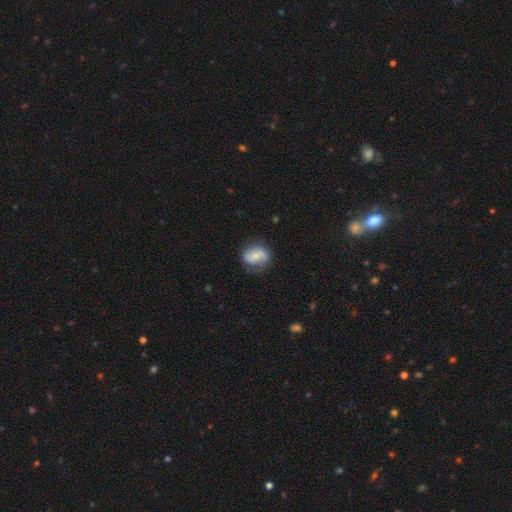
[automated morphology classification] The model was most divided on "bar": weak: 40%, no: 34%, strong: 25%. More confident: edge-on disk — no (96%); spiral arms — yes (81%); merging — none (65%); bulge size — small (54%); smooth or featured — featured or disk (53%).